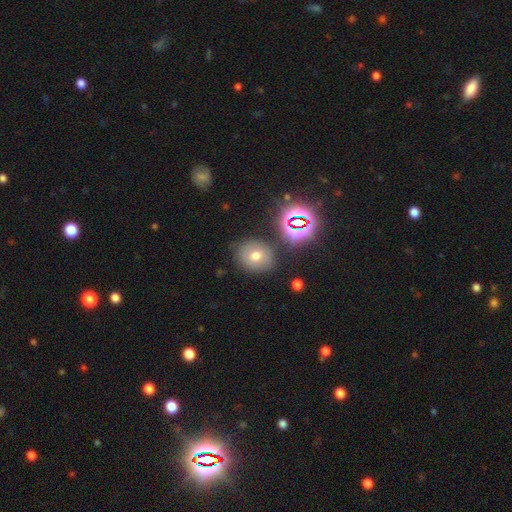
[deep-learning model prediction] Smooth or featured: smooth — 63% (star or artifact — 20%)
How rounded: round — 65% (in between — 34%)
Merging: none — 79% (minor disturbance — 12%)